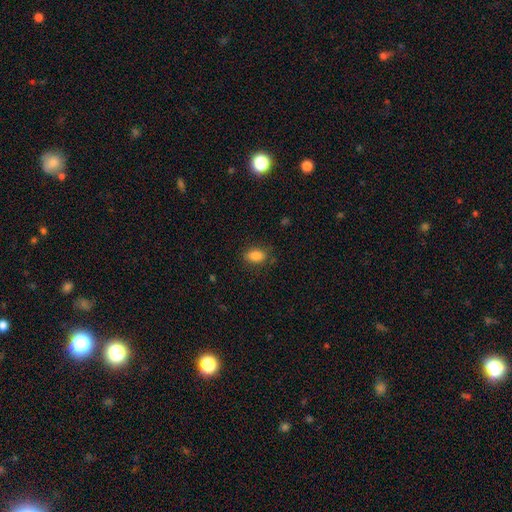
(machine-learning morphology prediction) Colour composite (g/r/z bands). It shows a smooth galaxy with no disk features (85%) that is in between round and cigar-shaped (86%). Merging: none (81%).